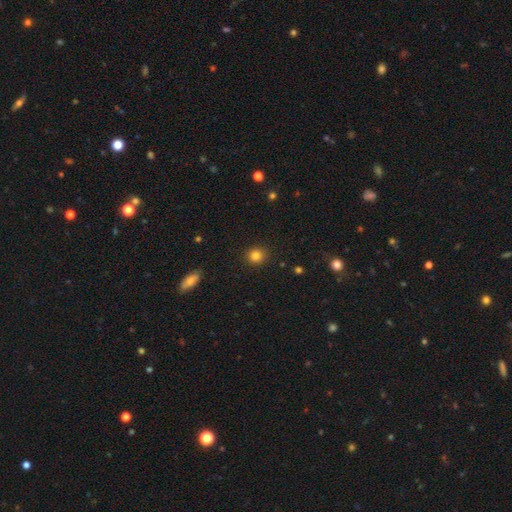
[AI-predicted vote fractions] A smooth galaxy with no disk features (83%) that is round (87%). Merging: none (90%).